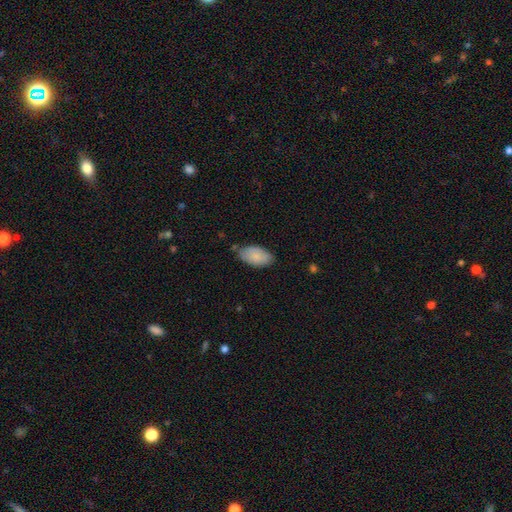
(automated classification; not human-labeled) smooth_or_featured: smooth (p=0.85) [alt: featured or disk p=0.09]
how_rounded: in between (p=0.95) [alt: cigar-shaped p=0.03]
merging: none (p=0.71) [alt: minor disturbance p=0.22]